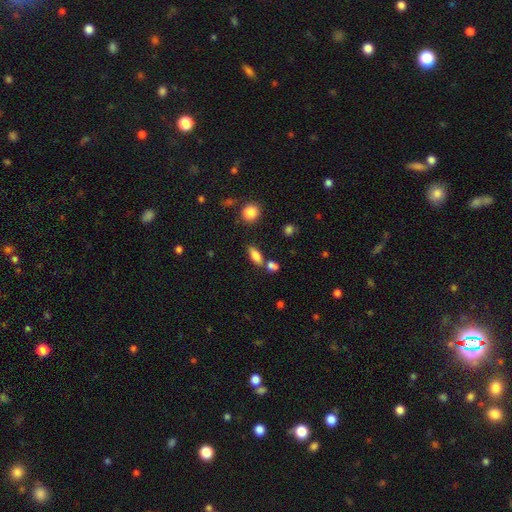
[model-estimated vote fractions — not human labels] Overall: smooth (78%). How rounded: in between (75%). Merging: none (64%).